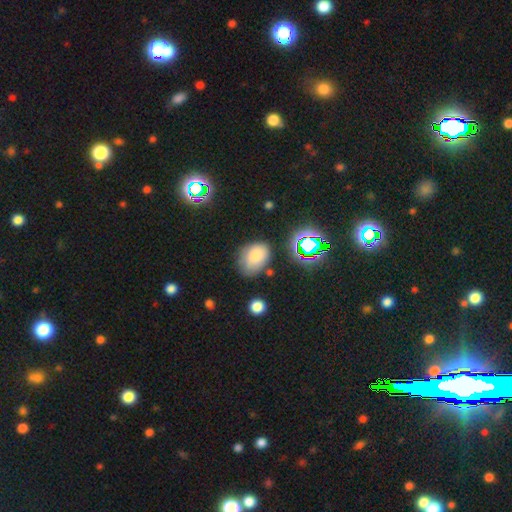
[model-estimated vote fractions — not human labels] The model was most divided on "merging": none: 66%, minor disturbance: 22%, major disturbance: 6%, merger: 5%. More confident: smooth or featured — smooth (77%); how rounded — in between (76%).